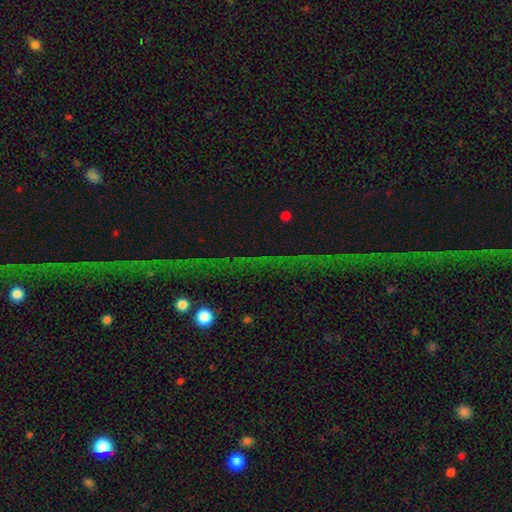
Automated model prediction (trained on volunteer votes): Morphology: type=star or artifact (66%).